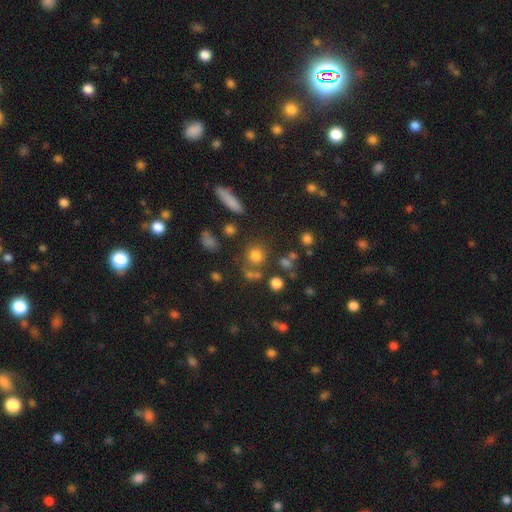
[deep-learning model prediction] Smooth or featured? Predicted: smooth (p=0.75). How rounded? Predicted: round (p=0.88). Merging? Predicted: none (p=0.69).